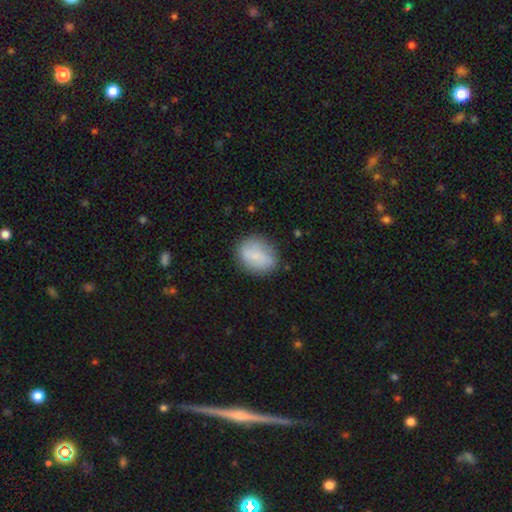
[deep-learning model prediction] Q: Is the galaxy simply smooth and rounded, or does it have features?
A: smooth — 62%.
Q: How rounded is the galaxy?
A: round — 52%.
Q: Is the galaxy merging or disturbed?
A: none — 72%.